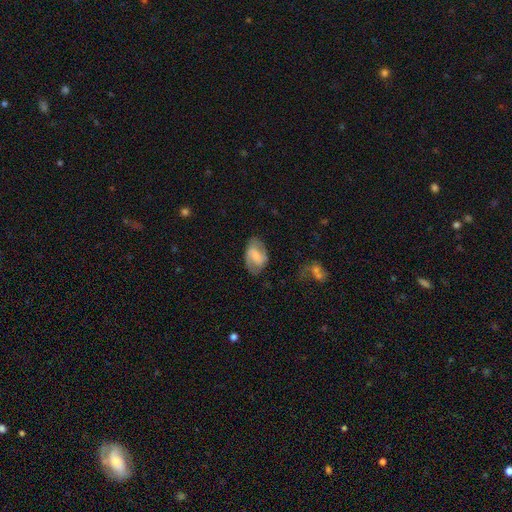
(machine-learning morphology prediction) This appears to be a featured or disk galaxy (50%). Merging: none (69%).